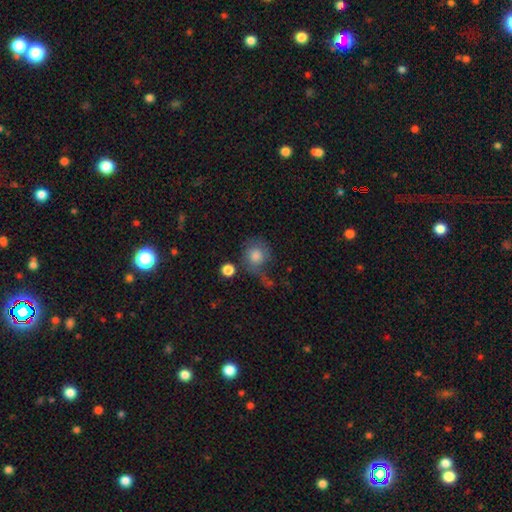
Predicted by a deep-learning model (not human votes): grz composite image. It shows a smooth galaxy with no disk features (68%) that is round (79%). Merging: none (40%).